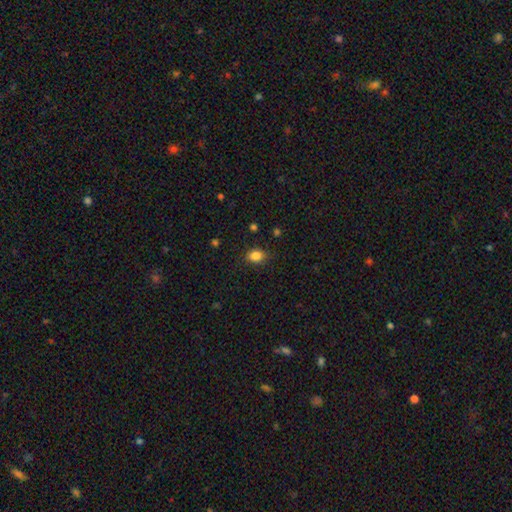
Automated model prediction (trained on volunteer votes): smooth-or-featured: smooth: 84% | star or artifact: 11% | featured or disk: 5%
  how-rounded: in between: 60% | round: 39% | cigar-shaped: 1%
  merging: none: 82% | minor disturbance: 14% | major disturbance: 3% | merger: 1%